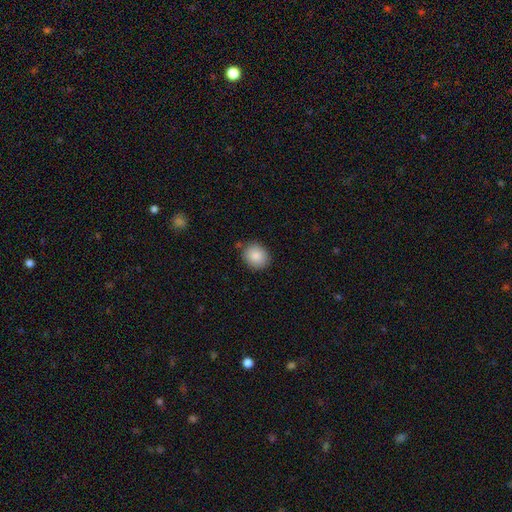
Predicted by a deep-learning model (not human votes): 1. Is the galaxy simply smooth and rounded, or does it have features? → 87% smooth, 8% star or artifact, 5% featured or disk.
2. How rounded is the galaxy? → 67% round, 32% in between, 1% cigar-shaped.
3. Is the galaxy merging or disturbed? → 83% none, 11% minor disturbance, 3% major disturbance, 3% merger.